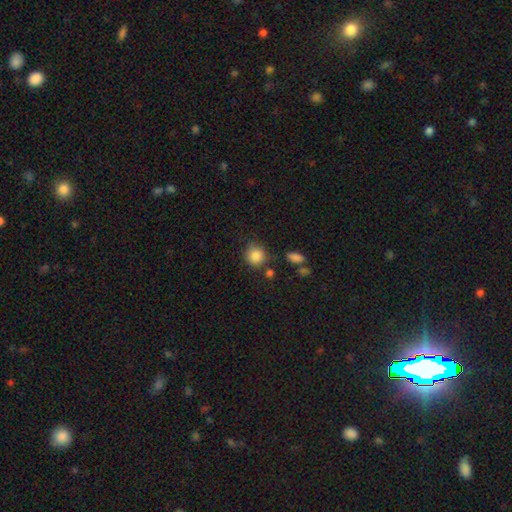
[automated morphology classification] Smooth or featured: smooth — 86% (star or artifact — 9%)
How rounded: round — 86% (in between — 13%)
Merging: none — 73% (minor disturbance — 16%)